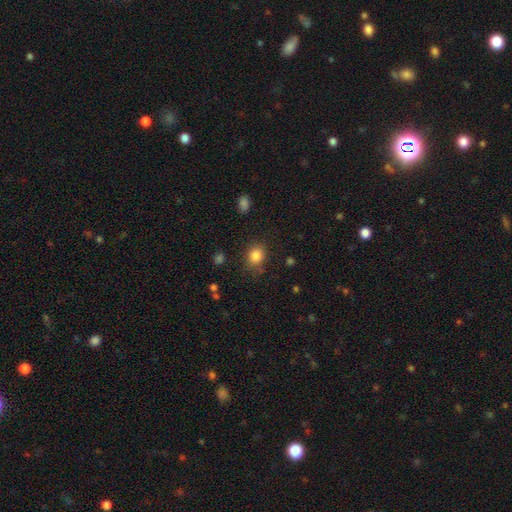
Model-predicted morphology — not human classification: smooth-or-featured: smooth: 84% | star or artifact: 11% | featured or disk: 5%
  how-rounded: round: 62% | in between: 37% | cigar-shaped: 1%
  merging: none: 79% | minor disturbance: 14% | major disturbance: 5% | merger: 3%